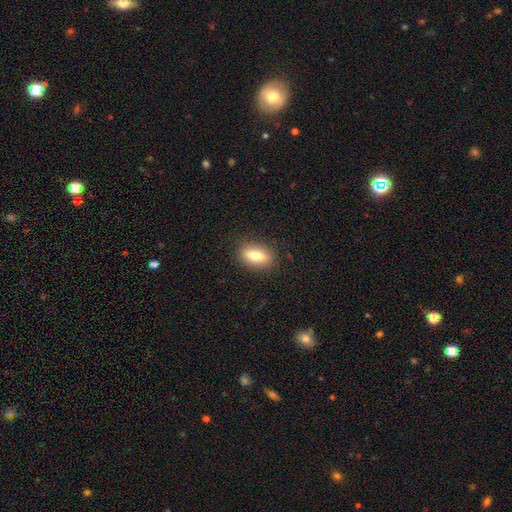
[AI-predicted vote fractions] smooth-or-featured: smooth: 66% | featured or disk: 26% | star or artifact: 8%
  how-rounded: in between: 76% | cigar-shaped: 12% | round: 11%
  merging: none: 87% | minor disturbance: 9% | major disturbance: 3% | merger: 1%